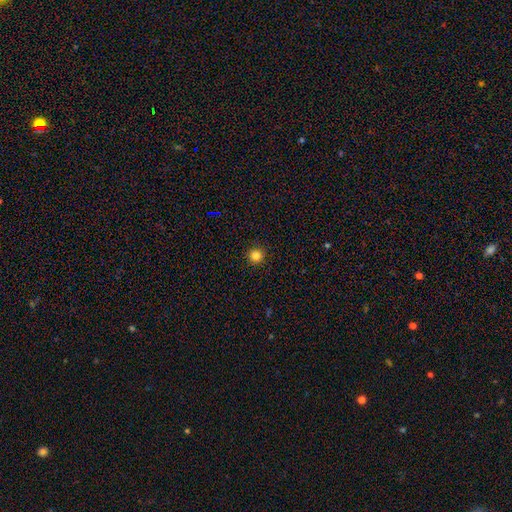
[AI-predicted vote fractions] This appears to be a smooth galaxy with no disk features (83%) that is round (96%). Merging: none (93%).